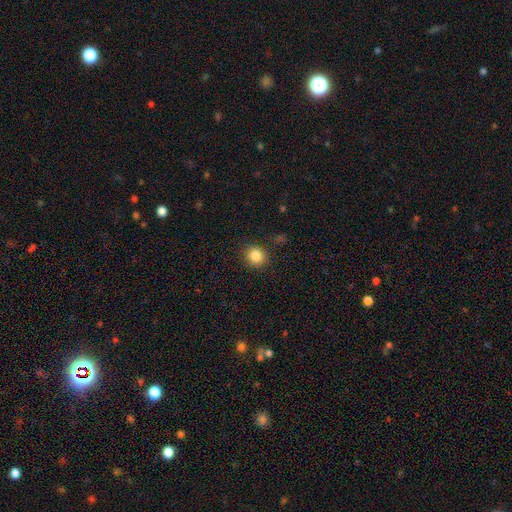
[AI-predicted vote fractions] smooth 84%, star or artifact 11%, featured or disk 5%. Down the decision tree: how rounded — round (84%); merging — none (89%).